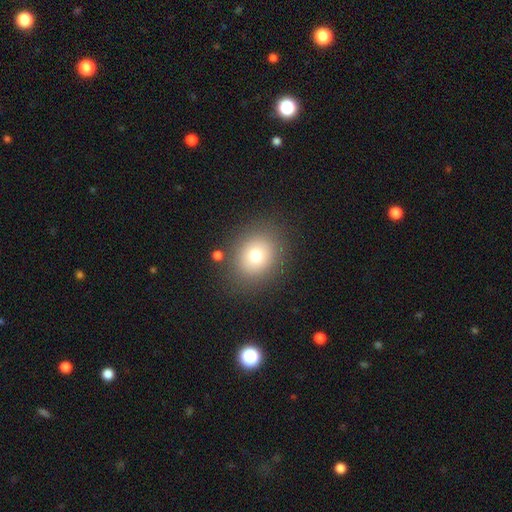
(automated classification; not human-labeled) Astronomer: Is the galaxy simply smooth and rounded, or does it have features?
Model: smooth — 74%.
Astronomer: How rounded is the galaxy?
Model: round — 65%.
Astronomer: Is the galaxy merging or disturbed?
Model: none — 84%.